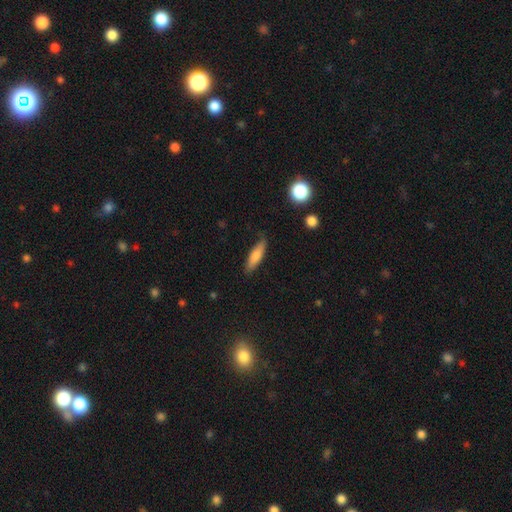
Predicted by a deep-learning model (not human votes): smooth 78%, featured or disk 16%, star or artifact 6%. Down the decision tree: how rounded — cigar-shaped (64%); merging — none (82%).